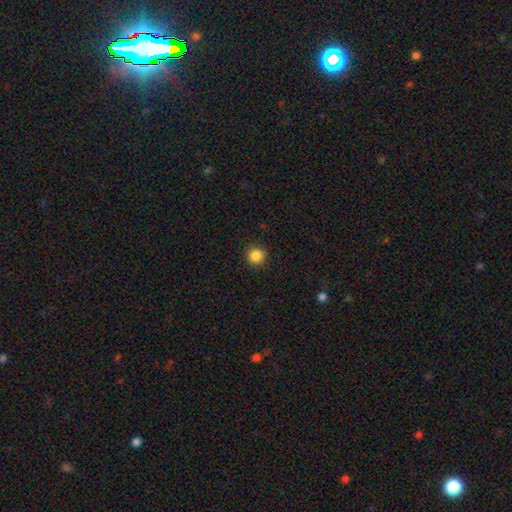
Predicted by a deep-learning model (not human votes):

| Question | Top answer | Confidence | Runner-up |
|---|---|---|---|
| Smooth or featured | smooth | 86% | star or artifact (11%) |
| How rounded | round | 92% | in between (7%) |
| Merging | none | 91% | minor disturbance (6%) |